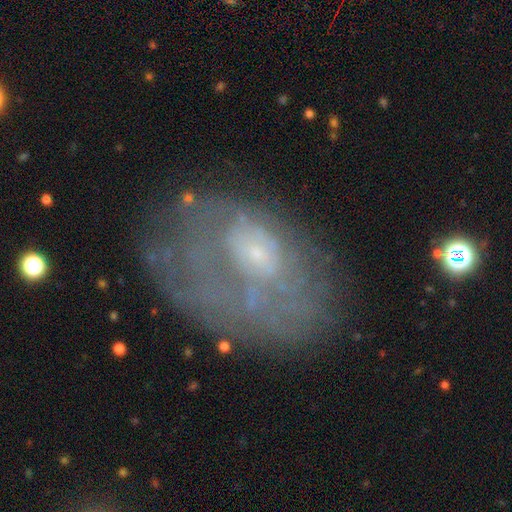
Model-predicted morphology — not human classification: This appears to be a featured or disk galaxy (58%) with no bar (79%), no spiral arms (63%) and a small central bulge (63%). Merging: none (50%).